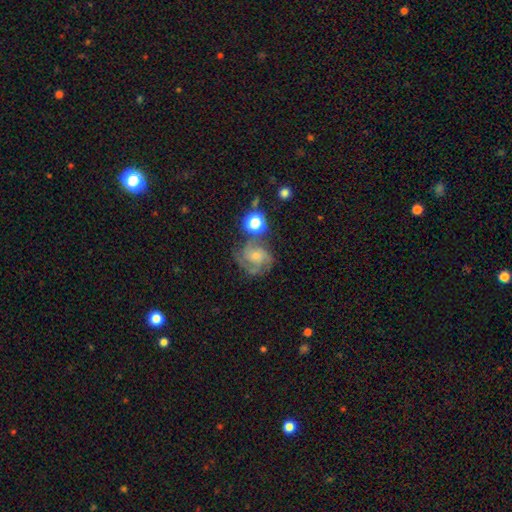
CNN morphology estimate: smooth-or-featured: featured or disk: 79% | smooth: 12% | star or artifact: 9%
  disk-edge-on: no: 98% | yes: 2%
    bar: no: 70% | weak: 25% | strong: 4%
    has-spiral-arms: yes: 96% | no: 4%
      spiral-winding: medium: 46% | tight: 43% | loose: 11%
      spiral-arm-count: 3: 53% | 2: 13% | 4: 13% | can't tell: 12% | 1: 4% | more than 4: 4%
    bulge-size: small: 61% | moderate: 30% | none: 6% | large: 2% | dominant: 1%
  merging: none: 62% | minor disturbance: 19% | major disturbance: 12% | merger: 8%